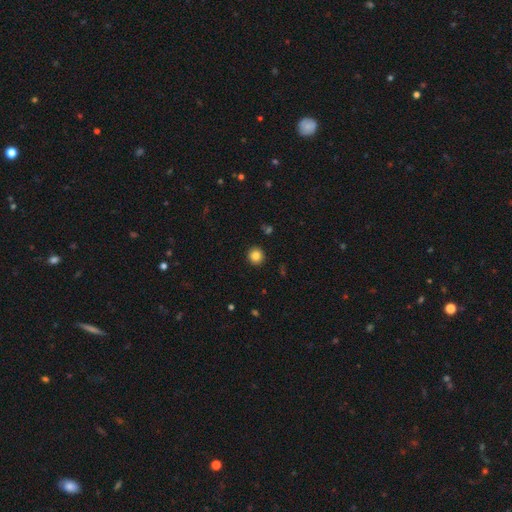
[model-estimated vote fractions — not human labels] Smooth or featured: smooth — 84% (star or artifact — 11%)
How rounded: round — 93% (in between — 6%)
Merging: none — 93% (minor disturbance — 5%)